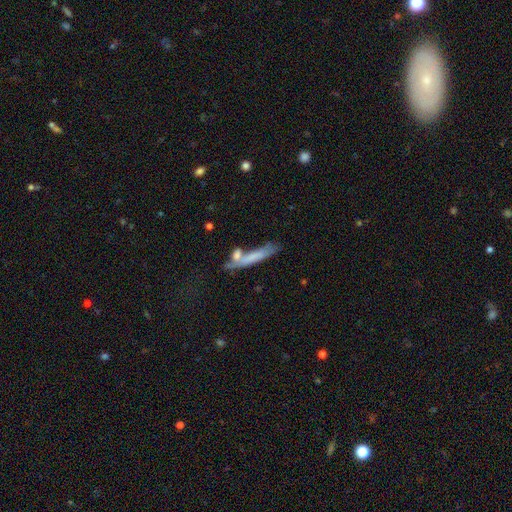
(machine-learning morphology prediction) Smooth or featured? smooth (64%)
How rounded? cigar-shaped (80%)
Merging? none (40%)